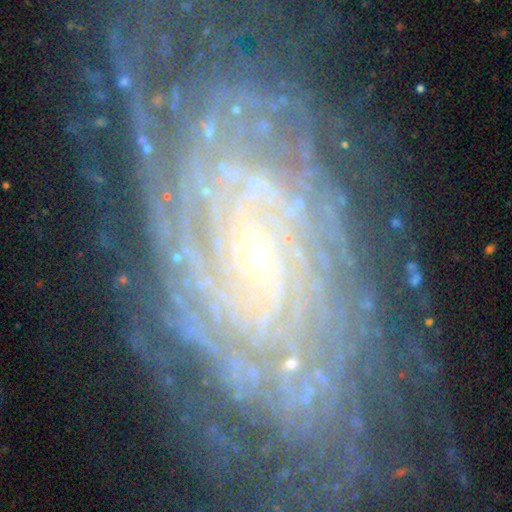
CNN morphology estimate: Smooth or featured? featured or disk (88%)
Edge-on disk? no (96%)
Bar? no (62%)
Spiral arms? yes (97%)
Spiral winding? tight (76%)
Spiral arm count? can't tell (30%)
Bulge size? small (84%)
Merging? none (68%)